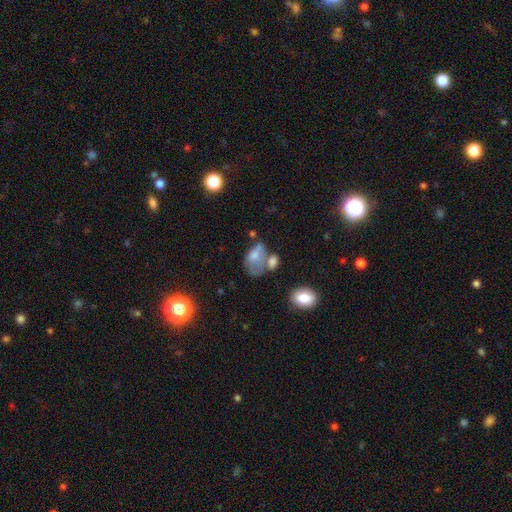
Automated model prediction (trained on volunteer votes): smooth-or-featured: smooth: 61% | featured or disk: 29% | star or artifact: 10%
  how-rounded: in between: 83% | round: 16% | cigar-shaped: 2%
  merging: merger: 33% | major disturbance: 27% | none: 21% | minor disturbance: 19%